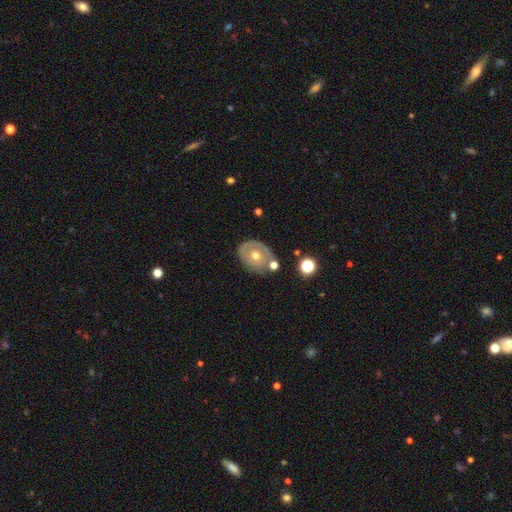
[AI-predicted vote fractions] smooth_or_featured: featured or disk (p=0.50) [alt: smooth p=0.42]
merging: none (p=0.64) [alt: minor disturbance p=0.19]